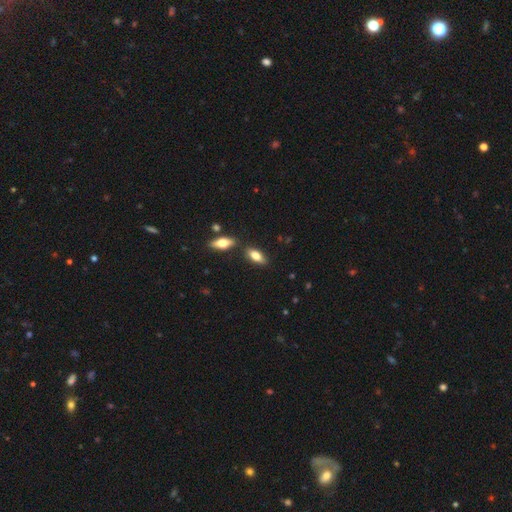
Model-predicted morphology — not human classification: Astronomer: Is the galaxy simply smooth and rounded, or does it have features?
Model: smooth — 74%.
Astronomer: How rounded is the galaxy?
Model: in between — 79%.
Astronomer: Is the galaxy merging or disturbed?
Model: none — 78%.